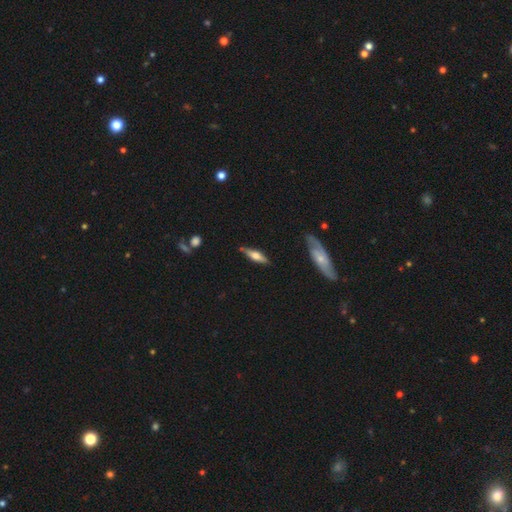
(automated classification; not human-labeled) This appears to be a featured or disk galaxy (52%) viewed edge-on (91%). Merging: none (81%).